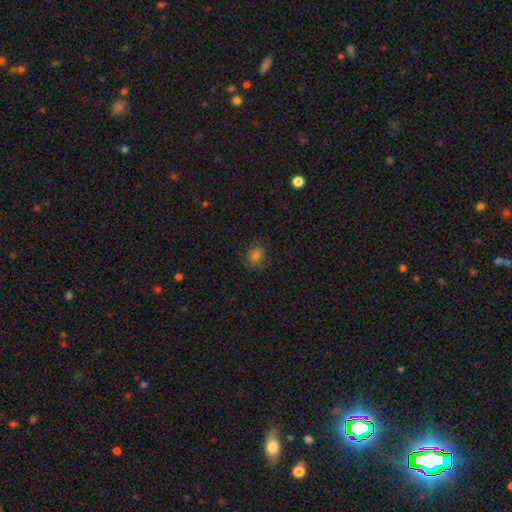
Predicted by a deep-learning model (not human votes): This is likely a smooth galaxy (74%). How rounded: likely round (70%). Merging: likely none (76%).